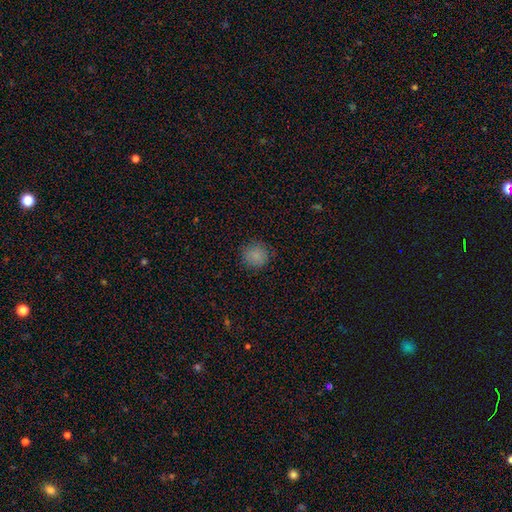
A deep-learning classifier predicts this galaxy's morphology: Smooth or featured?
  - smooth: 84% *
  - star or artifact: 11%
  - featured or disk: 5%
How rounded?
  - round: 91% *
  - in between: 8%
  - cigar-shaped: 1%
Merging?
  - none: 86% *
  - minor disturbance: 10%
  - major disturbance: 3%
  - merger: 1%